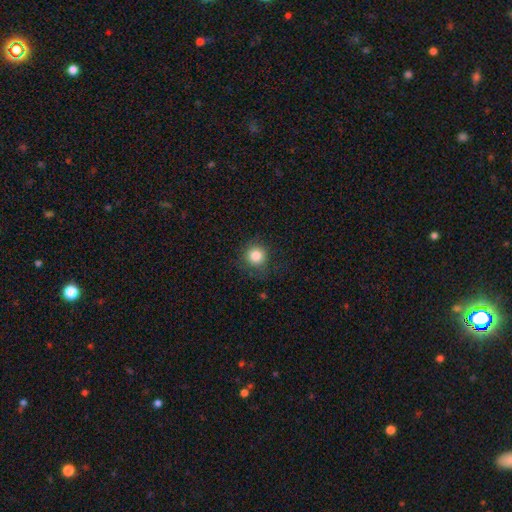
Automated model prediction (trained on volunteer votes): This is clearly a smooth galaxy (84%). How rounded: clearly round (93%). Merging: likely none (80%).